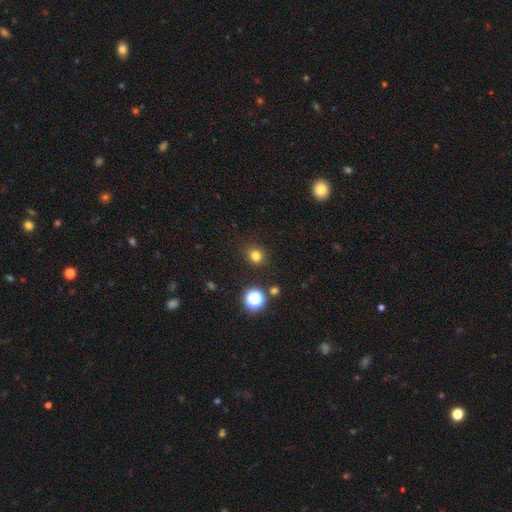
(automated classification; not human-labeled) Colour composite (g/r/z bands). It shows a smooth galaxy with no disk features (78%) that is round (78%). Merging: none (87%).